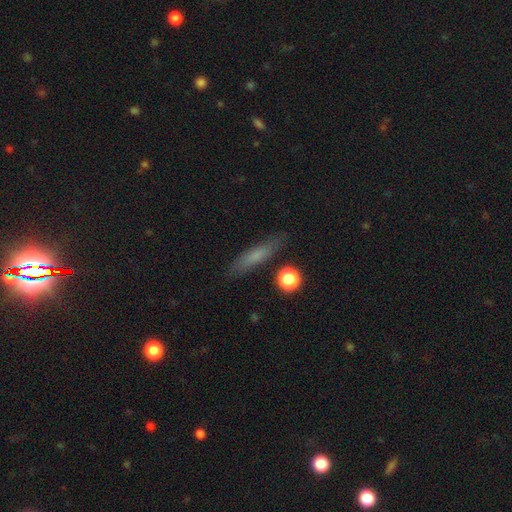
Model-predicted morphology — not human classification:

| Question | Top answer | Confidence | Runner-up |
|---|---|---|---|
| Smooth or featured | smooth | 65% | featured or disk (24%) |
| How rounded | cigar-shaped | 80% | in between (17%) |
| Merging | none | 83% | minor disturbance (12%) |